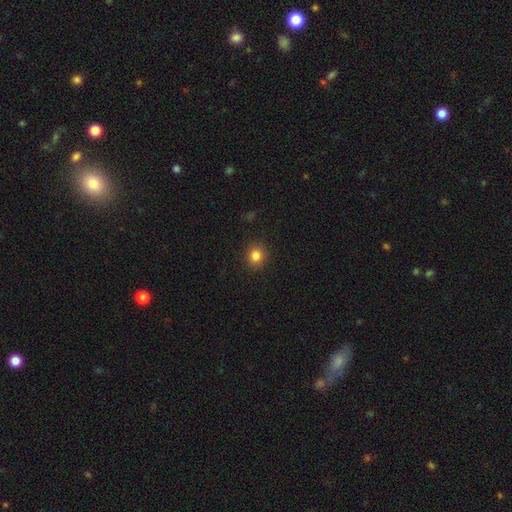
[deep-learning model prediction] A smooth galaxy with no disk features (83%) that is round (86%).

Vote fractions:
- Smooth or featured? smooth: 83% / star or artifact: 11% / featured or disk: 5%
- How rounded? round: 86% / in between: 13% / cigar-shaped: 1%
- Merging? none: 91% / minor disturbance: 6% / major disturbance: 2% / merger: 1%